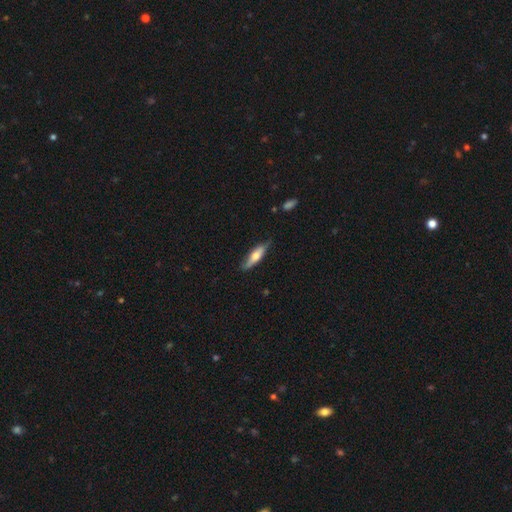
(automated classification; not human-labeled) Overall: smooth (54%; featured or disk 41%). How rounded: cigar-shaped (64%; in between 34%). Merging: none (74%).